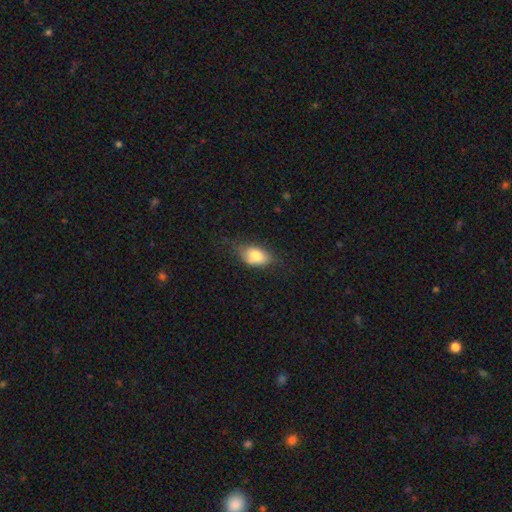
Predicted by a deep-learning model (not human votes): Q: Smooth or featured?
A: smooth (78%); runner-up: featured or disk (14%)
Q: How rounded?
A: in between (89%); runner-up: round (8%)
Q: Merging?
A: none (60%); runner-up: minor disturbance (29%)